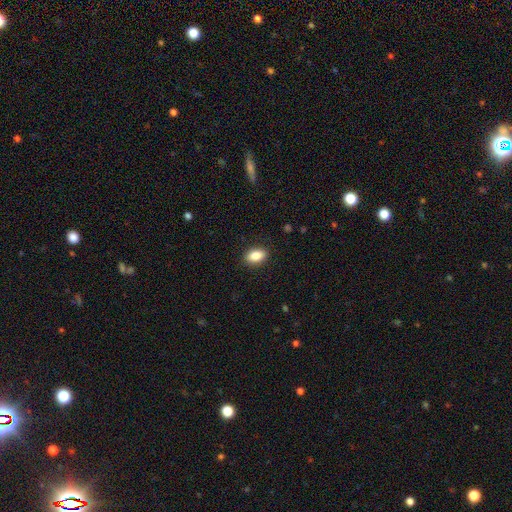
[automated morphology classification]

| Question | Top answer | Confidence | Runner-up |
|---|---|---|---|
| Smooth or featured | smooth | 85% | star or artifact (8%) |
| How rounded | in between | 88% | round (10%) |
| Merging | none | 89% | minor disturbance (8%) |